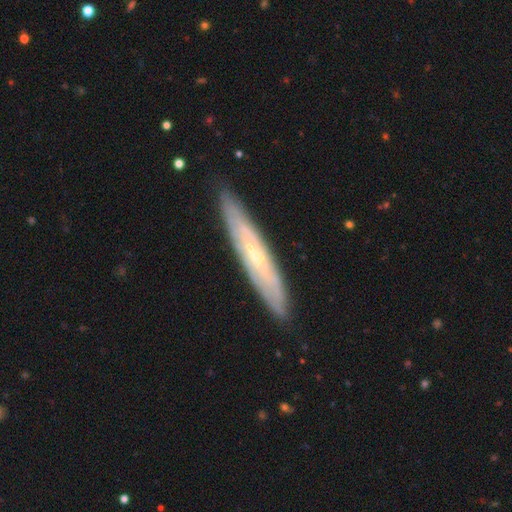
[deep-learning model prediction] The model was most divided on "edge-on disk": yes: 62%, no: 38%. More confident: merging — none (87%); smooth or featured — featured or disk (68%).